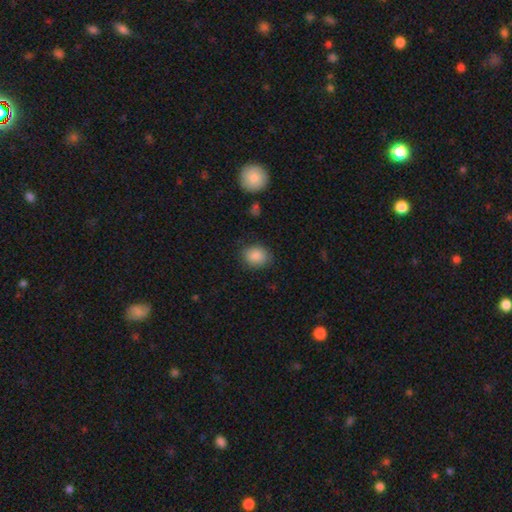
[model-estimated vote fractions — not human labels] A smooth galaxy with no disk features (87%) that is round (57%).

Vote fractions:
- Smooth or featured? smooth: 87% / star or artifact: 8% / featured or disk: 5%
- How rounded? round: 57% / in between: 42% / cigar-shaped: 1%
- Merging? none: 82% / minor disturbance: 13% / major disturbance: 4% / merger: 1%